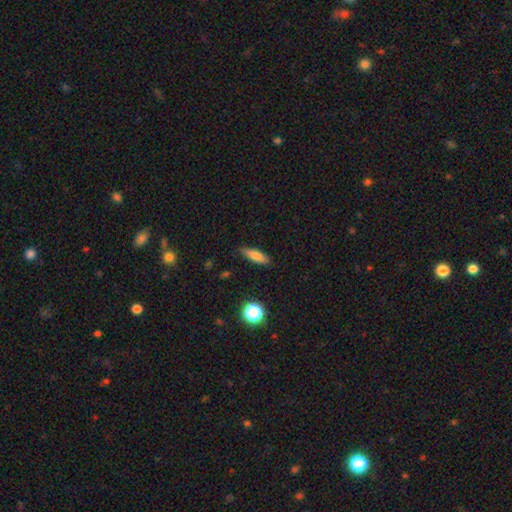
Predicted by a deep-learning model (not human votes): Smooth or featured?
  - smooth: 75% *
  - featured or disk: 16%
  - star or artifact: 9%
How rounded?
  - cigar-shaped: 54% *
  - in between: 43%
  - round: 4%
Merging?
  - none: 83% *
  - minor disturbance: 13%
  - major disturbance: 3%
  - merger: 1%